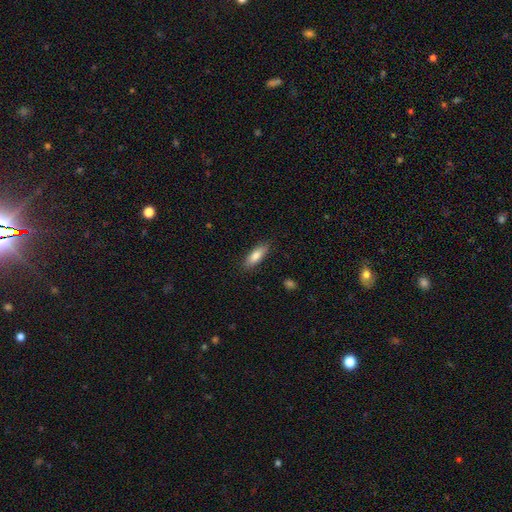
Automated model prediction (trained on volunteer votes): smooth 81%, featured or disk 13%, star or artifact 6%. Down the decision tree: how rounded — in between (59%); merging — none (87%).